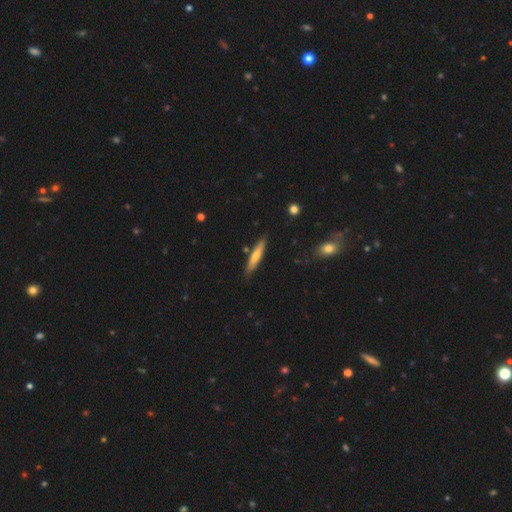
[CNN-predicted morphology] smooth 64%, featured or disk 30%, star or artifact 6%. Down the decision tree: how rounded — cigar-shaped (90%); merging — none (86%).